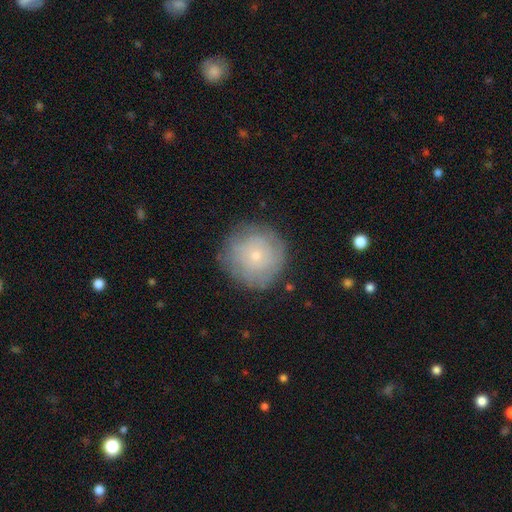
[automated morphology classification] Smooth or featured? smooth (53%)
How rounded? round (94%)
Merging? none (82%)